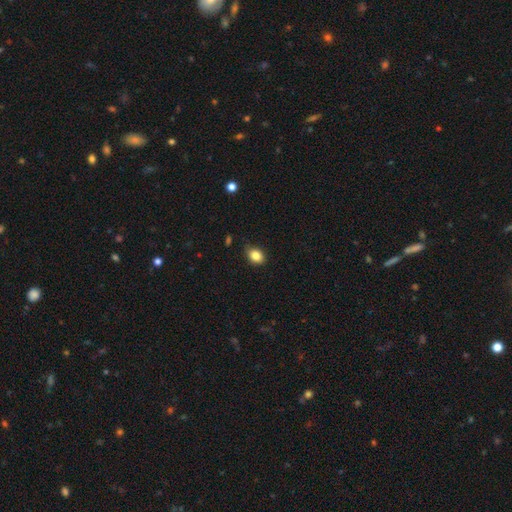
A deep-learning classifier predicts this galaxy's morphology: The model was most divided on "how rounded": in between: 64%, round: 35%, cigar-shaped: 1%. More confident: smooth or featured — smooth (85%); merging — none (78%).